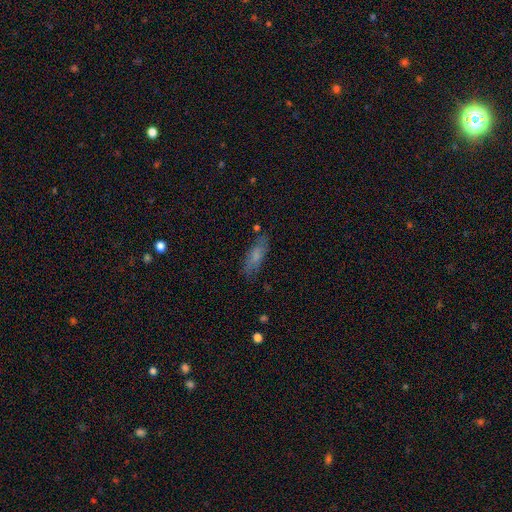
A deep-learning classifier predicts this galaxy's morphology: type=smooth (70%); roundness=in between (55%); merging=none (72%).